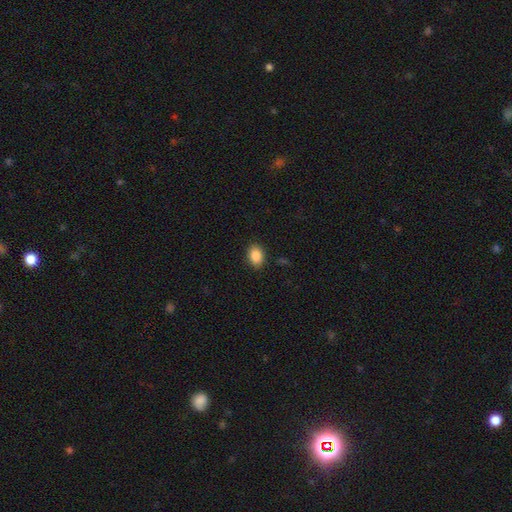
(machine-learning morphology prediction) smooth-or-featured: smooth: 88% | star or artifact: 8% | featured or disk: 4%
  how-rounded: in between: 73% | round: 26% | cigar-shaped: 1%
  merging: none: 88% | minor disturbance: 9% | major disturbance: 2% | merger: 1%